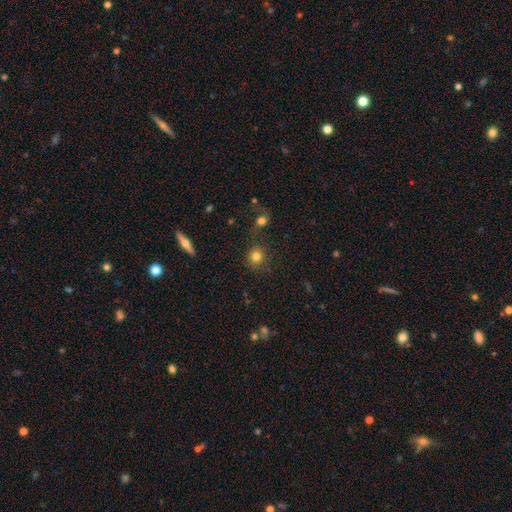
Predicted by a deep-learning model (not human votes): This appears to be a smooth galaxy with no disk features (81%) that is round (87%). Merging: none (79%).